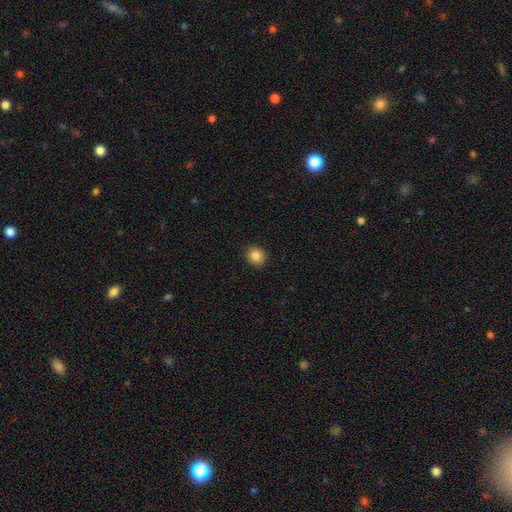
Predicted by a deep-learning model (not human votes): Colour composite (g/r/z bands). It shows a smooth galaxy with no disk features (85%) that is round (82%). Merging: none (92%).